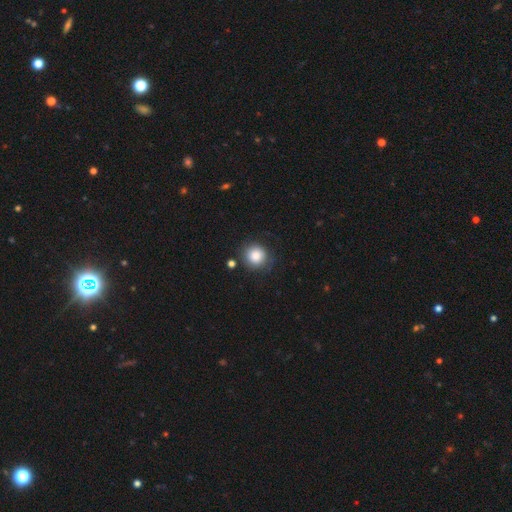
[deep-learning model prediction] smooth_or_featured: smooth (p=0.84) [alt: star or artifact p=0.09]
how_rounded: round (p=0.92) [alt: in between p=0.07]
merging: none (p=0.79) [alt: minor disturbance p=0.13]